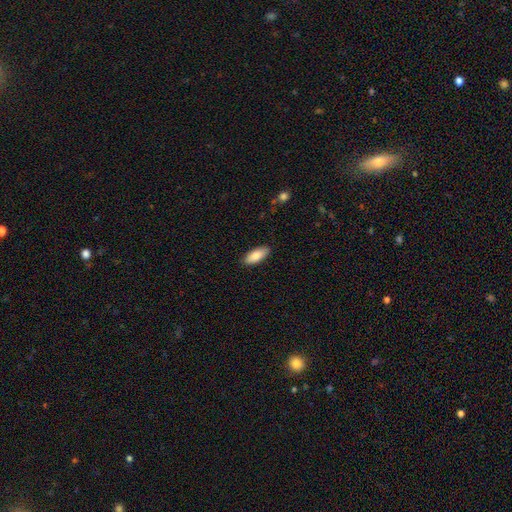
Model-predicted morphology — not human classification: smooth 86%, featured or disk 8%, star or artifact 6%. Down the decision tree: how rounded — in between (84%); merging — none (88%).